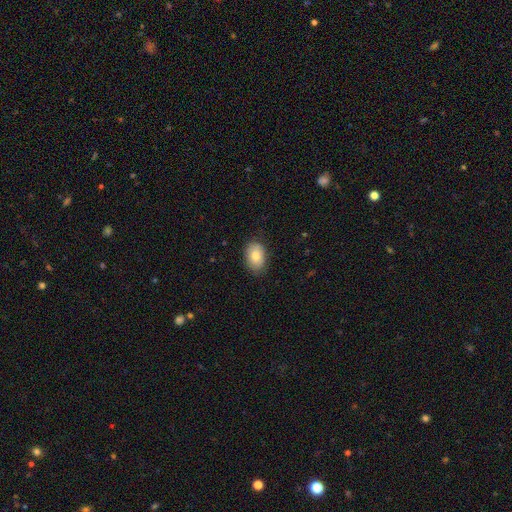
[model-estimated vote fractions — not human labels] Overall: smooth (83%). How rounded: in between (84%). Merging: none (83%).